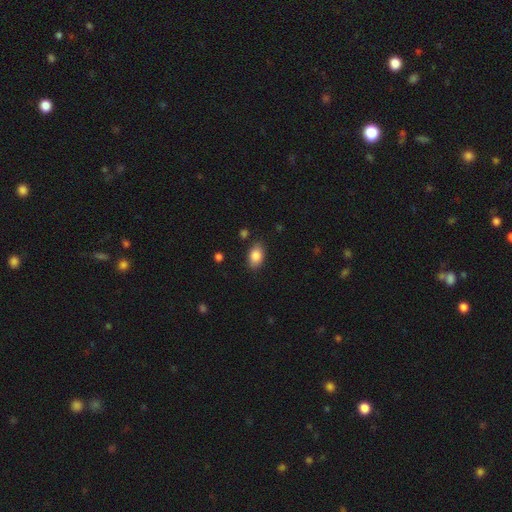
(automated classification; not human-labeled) smooth-or-featured: smooth: 86% | star or artifact: 8% | featured or disk: 6%
  how-rounded: in between: 87% | round: 11% | cigar-shaped: 2%
  merging: none: 83% | minor disturbance: 13% | major disturbance: 3% | merger: 2%